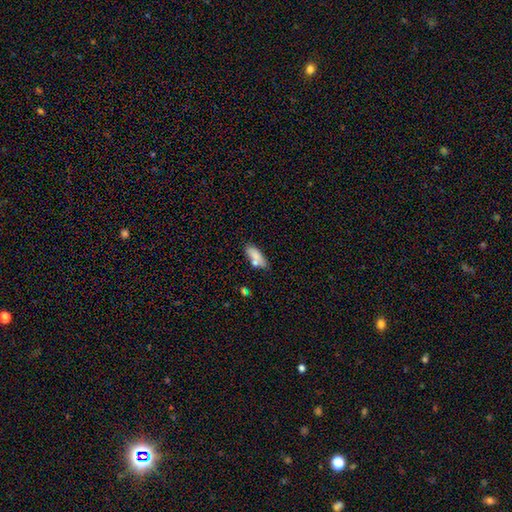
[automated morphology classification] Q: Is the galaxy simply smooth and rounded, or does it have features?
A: smooth — 80%.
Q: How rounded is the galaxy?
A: in between — 74%.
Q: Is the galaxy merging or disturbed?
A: none — 66%.